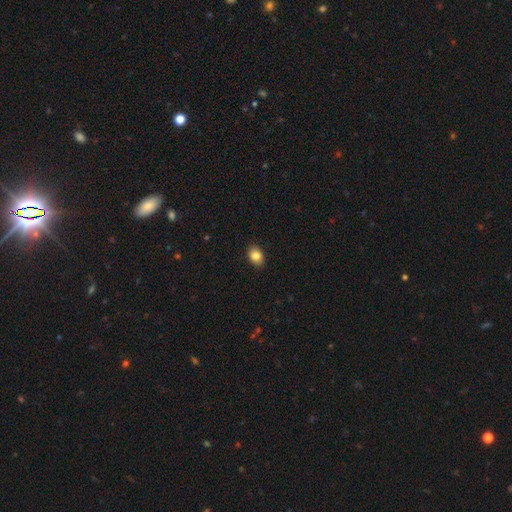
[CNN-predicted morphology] Smooth or featured: smooth — 85% (star or artifact — 9%)
How rounded: in between — 71% (round — 28%)
Merging: none — 89% (minor disturbance — 8%)